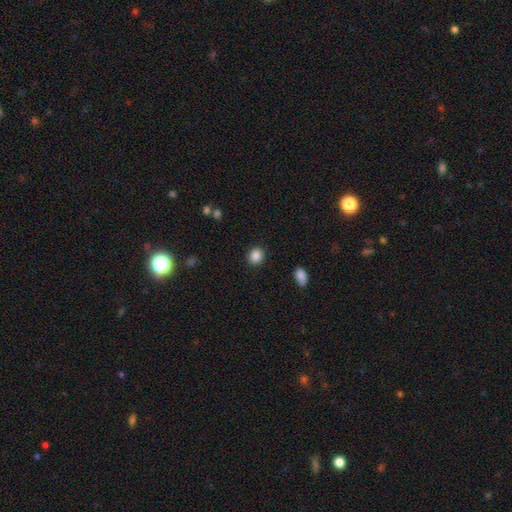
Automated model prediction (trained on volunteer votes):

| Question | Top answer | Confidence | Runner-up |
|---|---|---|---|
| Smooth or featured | smooth | 87% | star or artifact (9%) |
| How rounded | round | 80% | in between (19%) |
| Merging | none | 90% | minor disturbance (6%) |